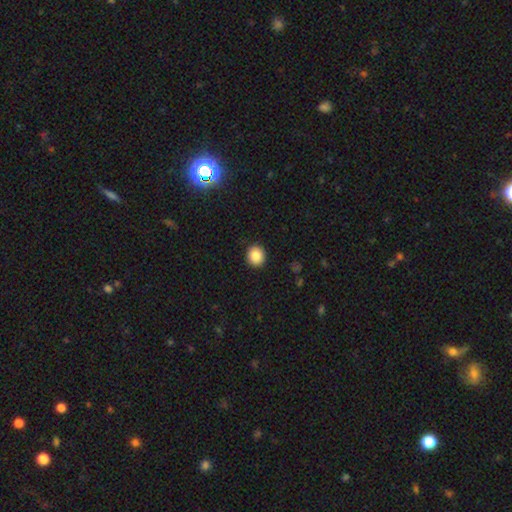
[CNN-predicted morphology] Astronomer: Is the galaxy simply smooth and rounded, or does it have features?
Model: smooth — 87%.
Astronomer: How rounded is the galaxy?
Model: round — 84%.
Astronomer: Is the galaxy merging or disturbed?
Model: none — 92%.